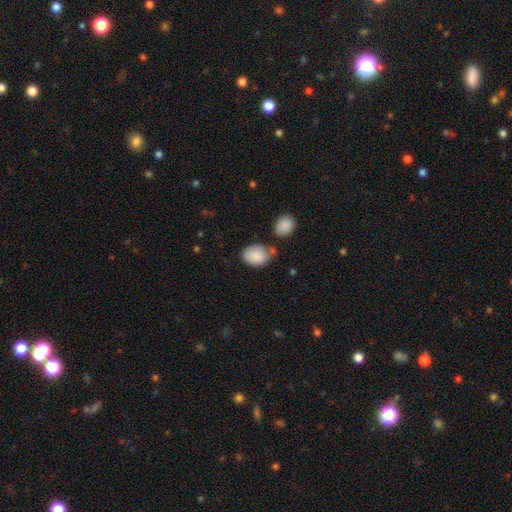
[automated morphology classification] Overall: smooth (88%). How rounded: in between (75%). Merging: none (55%; minor disturbance 22%).